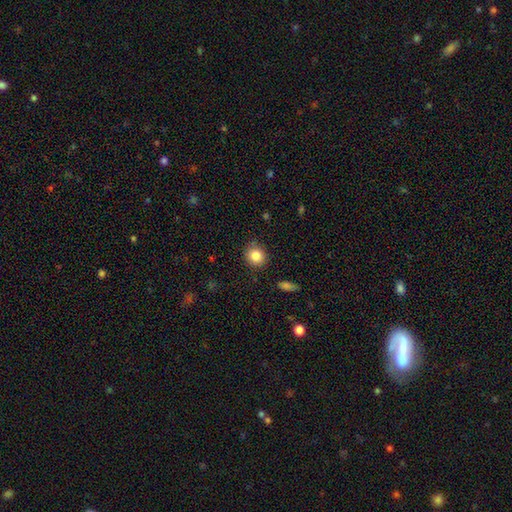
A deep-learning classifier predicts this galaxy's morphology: A smooth galaxy with no disk features (84%) that is round (86%). Merging: none (86%).